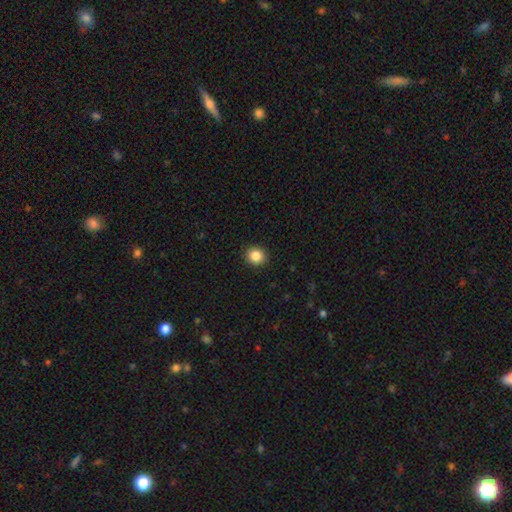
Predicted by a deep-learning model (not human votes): Smooth or featured: smooth — 86% (star or artifact — 10%)
How rounded: round — 89% (in between — 10%)
Merging: none — 92% (minor disturbance — 5%)